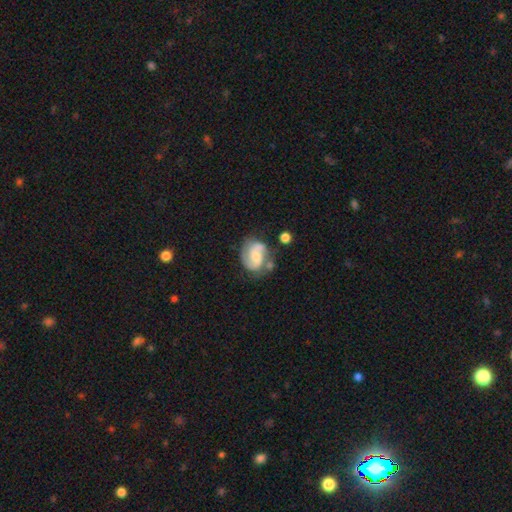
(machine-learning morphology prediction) smooth_or_featured: featured or disk (p=0.78) [alt: smooth p=0.16]
disk_edge_on: no (p=0.98) [alt: yes p=0.02]
bar: no (p=0.46) [alt: weak p=0.43]
has_spiral_arms: yes (p=0.95) [alt: no p=0.05]
spiral_winding: medium (p=0.53) [alt: tight p=0.27]
spiral_arm_count: 2 (p=0.87) [alt: can't tell p=0.05]
bulge_size: moderate (p=0.41) [alt: small p=0.40]
merging: none (p=0.61) [alt: minor disturbance p=0.20]